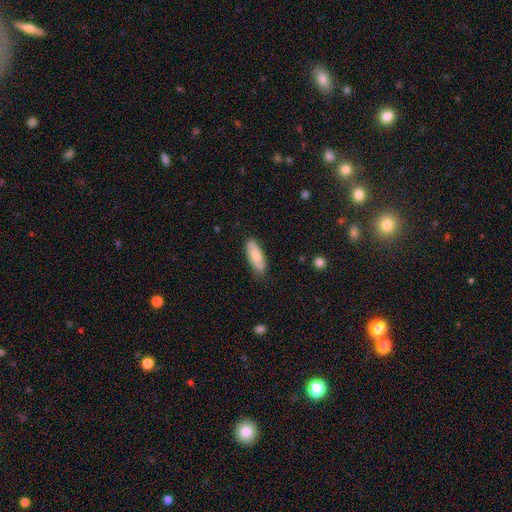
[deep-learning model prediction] Smooth or featured?
  - smooth: 71% *
  - featured or disk: 23%
  - star or artifact: 6%
How rounded?
  - in between: 73% *
  - cigar-shaped: 25%
  - round: 2%
Merging?
  - none: 77% *
  - minor disturbance: 18%
  - major disturbance: 3%
  - merger: 1%